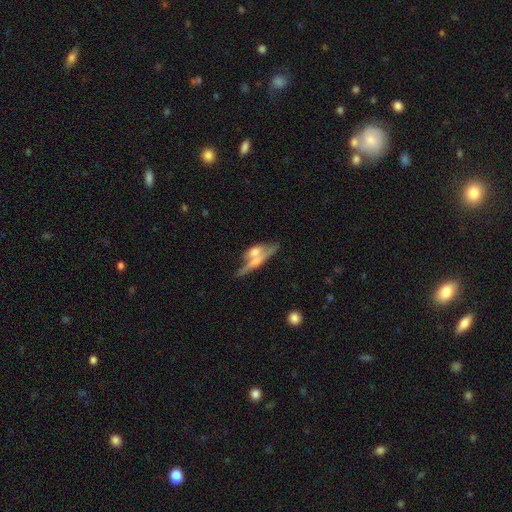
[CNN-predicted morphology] smooth_or_featured: featured or disk (p=0.51) [alt: smooth p=0.41]
disk_edge_on: yes (p=0.73) [alt: no p=0.27]
merging: merger (p=0.48) [alt: none p=0.35]